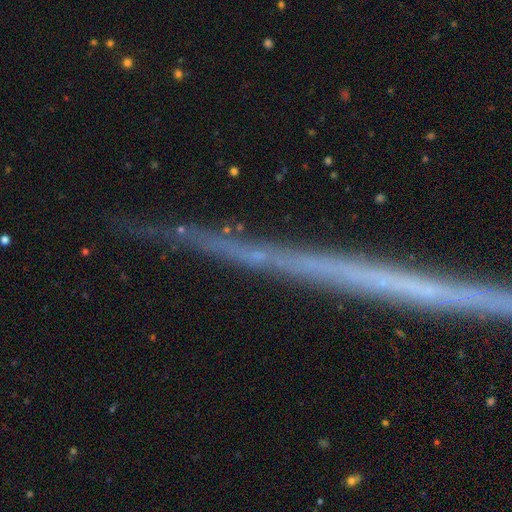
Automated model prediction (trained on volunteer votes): Smooth or featured?
  - featured or disk: 49% *
  - smooth: 26%
  - star or artifact: 25%
Merging?
  - none: 80% *
  - minor disturbance: 12%
  - major disturbance: 4%
  - merger: 4%